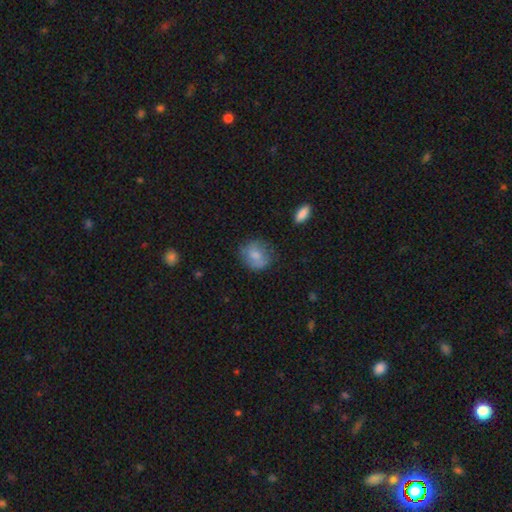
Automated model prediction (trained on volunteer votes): Overall: smooth (72%). How rounded: round (68%; in between 31%). Merging: none (68%).